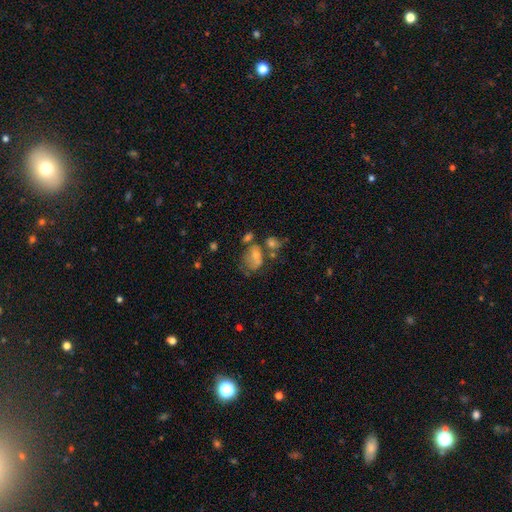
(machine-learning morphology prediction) This appears to be a smooth galaxy with no disk features (40%). Merging: none (40%).